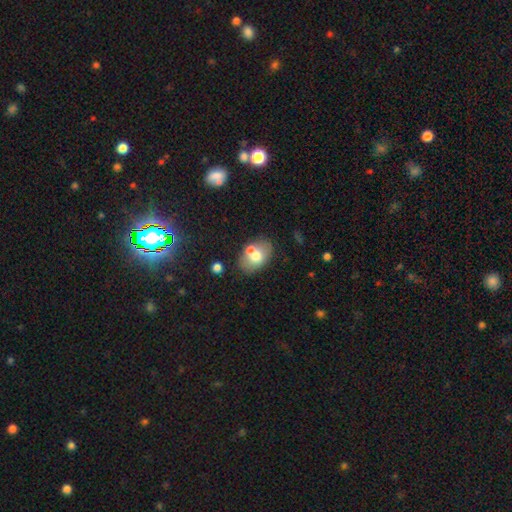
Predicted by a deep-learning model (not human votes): Overall: smooth (66%). How rounded: in between (79%). Merging: none (58%; merger 23%).